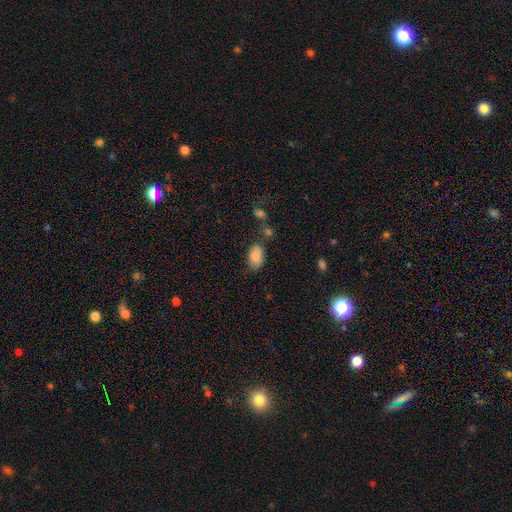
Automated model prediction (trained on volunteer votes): smooth 86%, star or artifact 8%, featured or disk 6%. Down the decision tree: how rounded — in between (92%); merging — none (64%).